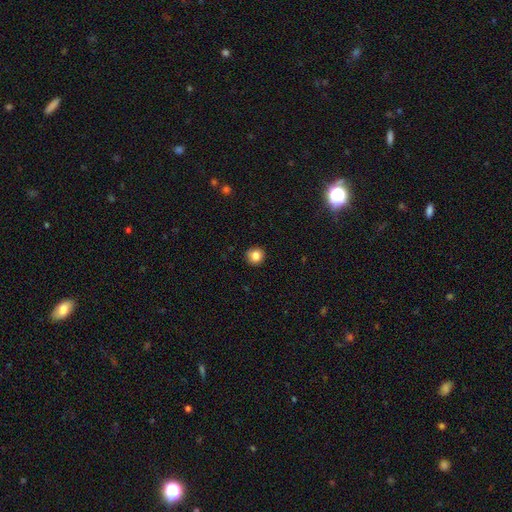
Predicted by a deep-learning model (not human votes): smooth-or-featured: smooth: 83% | star or artifact: 11% | featured or disk: 6%
  how-rounded: round: 92% | in between: 7% | cigar-shaped: 1%
  merging: none: 90% | minor disturbance: 7% | major disturbance: 2% | merger: 1%